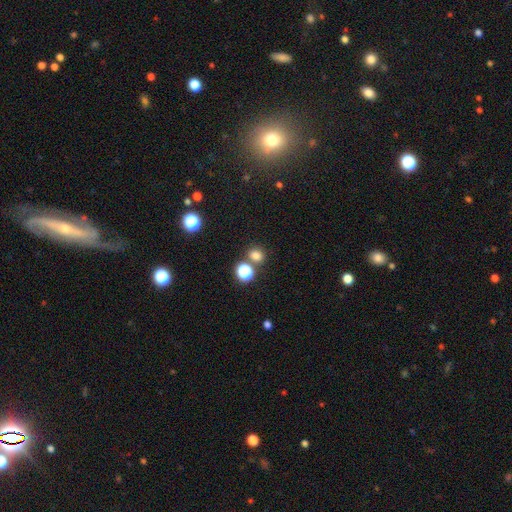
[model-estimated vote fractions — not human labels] Q: Smooth or featured?
A: smooth (76%); runner-up: star or artifact (19%)
Q: How rounded?
A: round (73%); runner-up: in between (26%)
Q: Merging?
A: none (73%); runner-up: merger (15%)